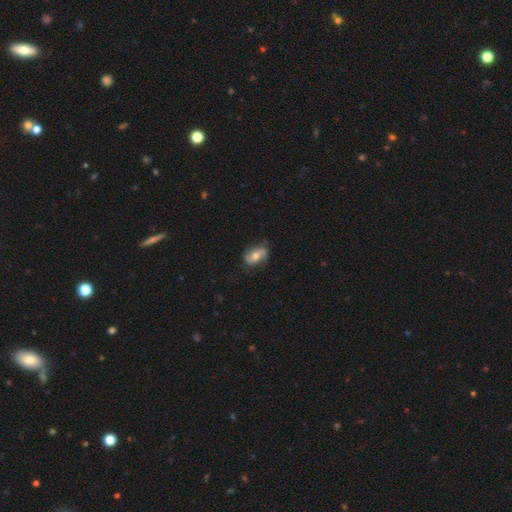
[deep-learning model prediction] Smooth or featured? featured or disk (50%)
Merging? none (71%)